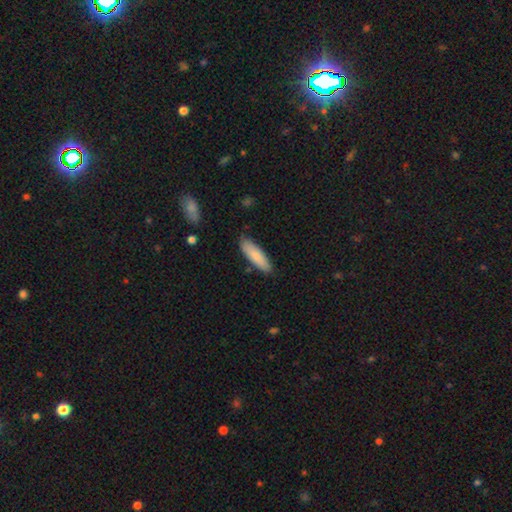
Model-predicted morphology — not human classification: smooth_or_featured: smooth (p=0.83) [alt: featured or disk p=0.11]
how_rounded: cigar-shaped (p=0.57) [alt: in between p=0.41]
merging: none (p=0.84) [alt: minor disturbance p=0.12]